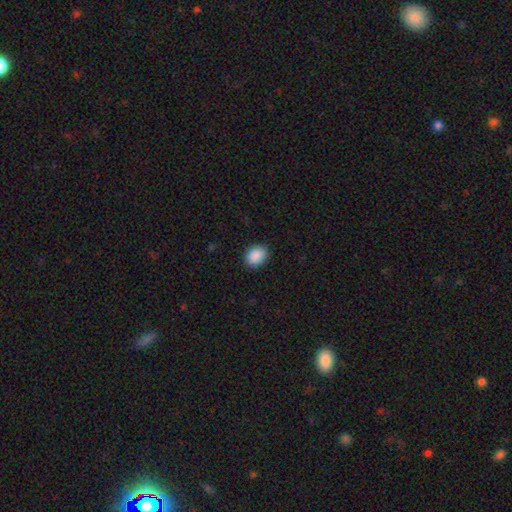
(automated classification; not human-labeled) Morphology: type=smooth (90%); roundness=in between (67%); merging=none (90%).